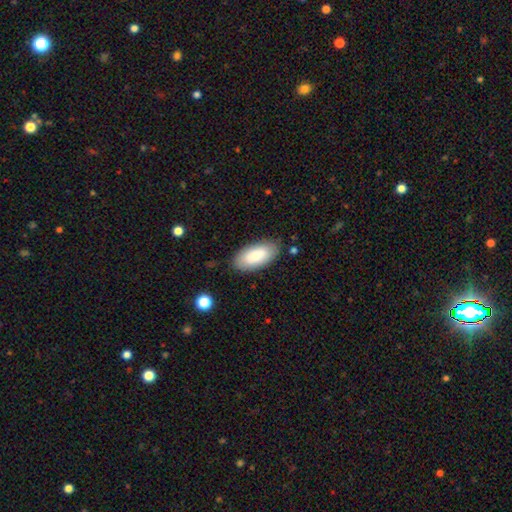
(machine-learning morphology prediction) A smooth galaxy with no disk features (83%) that is in between round and cigar-shaped (92%). Merging: none (84%).